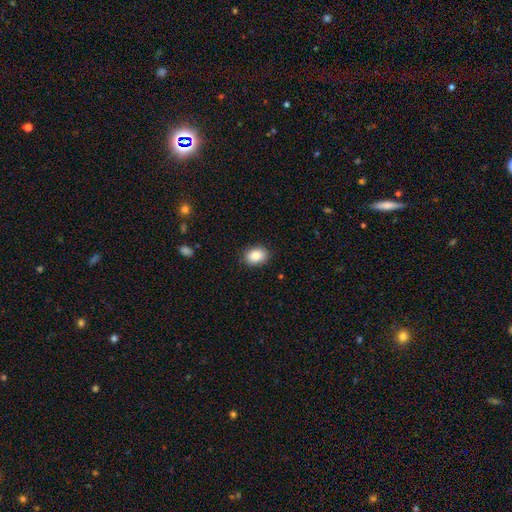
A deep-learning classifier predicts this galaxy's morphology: Q: Smooth or featured?
A: smooth (85%); runner-up: star or artifact (8%)
Q: How rounded?
A: in between (67%); runner-up: round (32%)
Q: Merging?
A: none (87%); runner-up: minor disturbance (10%)